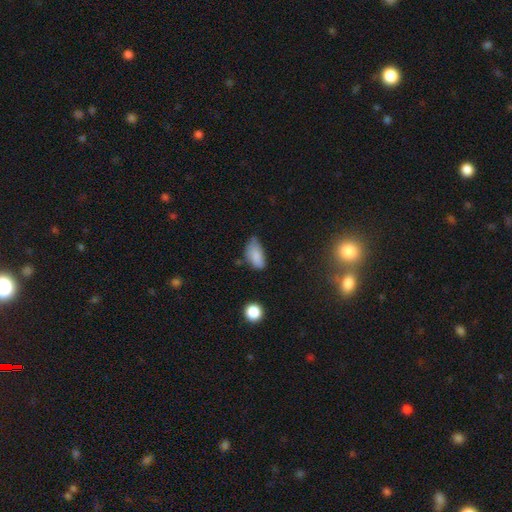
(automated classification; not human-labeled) Q: Smooth or featured?
A: smooth (83%); runner-up: star or artifact (9%)
Q: How rounded?
A: in between (92%); runner-up: cigar-shaped (5%)
Q: Merging?
A: none (44%); runner-up: minor disturbance (42%)